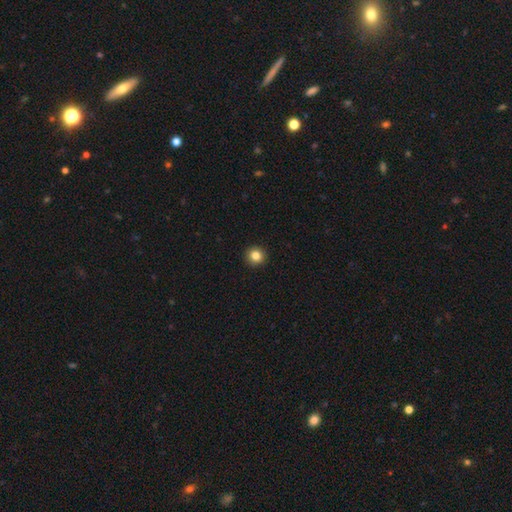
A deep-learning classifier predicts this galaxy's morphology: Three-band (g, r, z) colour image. It shows a smooth galaxy with no disk features (83%) that is round (95%). Merging: none (94%).